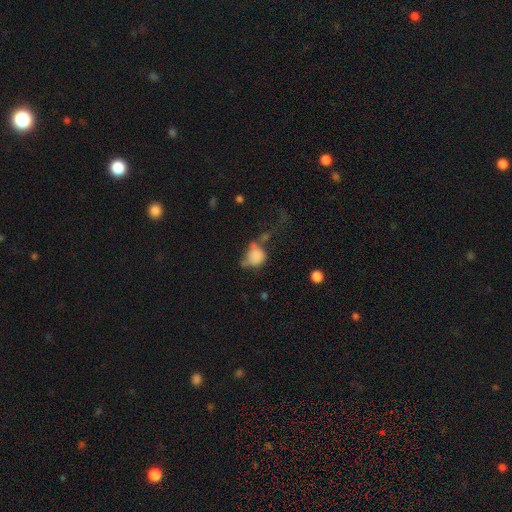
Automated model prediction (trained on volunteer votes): Smooth or featured? smooth (75%)
How rounded? round (64%)
Merging? none (27%, tied with major disturbance)